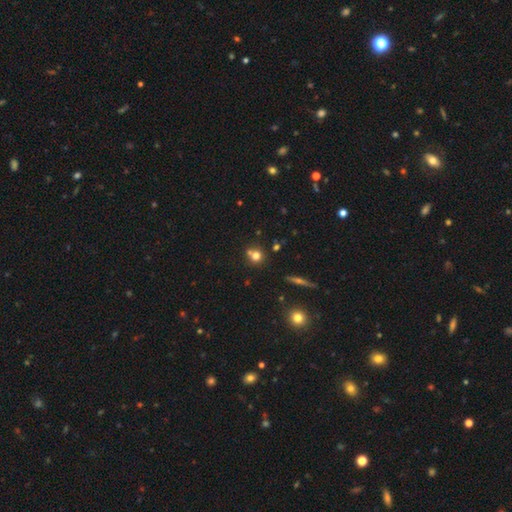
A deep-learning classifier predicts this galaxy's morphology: A smooth galaxy with no disk features (72%) that is round (87%).

Vote fractions:
- Smooth or featured? smooth: 72% / star or artifact: 15% / featured or disk: 13%
- How rounded? round: 87% / in between: 12% / cigar-shaped: 1%
- Merging? none: 56% / merger: 31% / minor disturbance: 9% / major disturbance: 3%